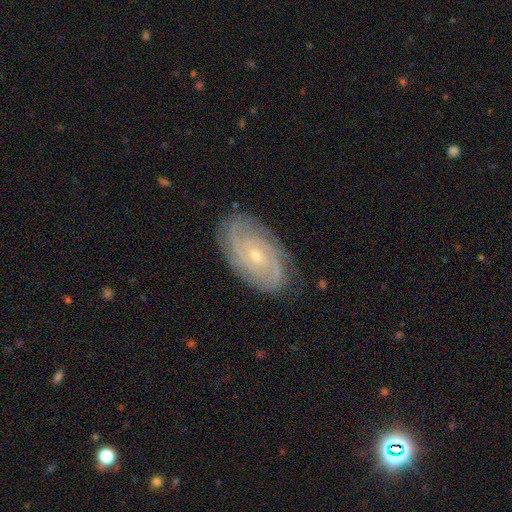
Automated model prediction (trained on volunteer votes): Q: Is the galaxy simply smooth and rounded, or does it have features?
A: featured or disk — 86%.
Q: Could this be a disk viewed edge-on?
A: no — 96%.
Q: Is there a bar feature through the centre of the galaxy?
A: no — 70%.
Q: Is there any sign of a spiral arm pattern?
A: yes — 97%.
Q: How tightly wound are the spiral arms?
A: tight — 74%.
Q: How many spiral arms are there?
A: can't tell — 25%.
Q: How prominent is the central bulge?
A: small — 70%.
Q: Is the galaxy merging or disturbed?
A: none — 82%.